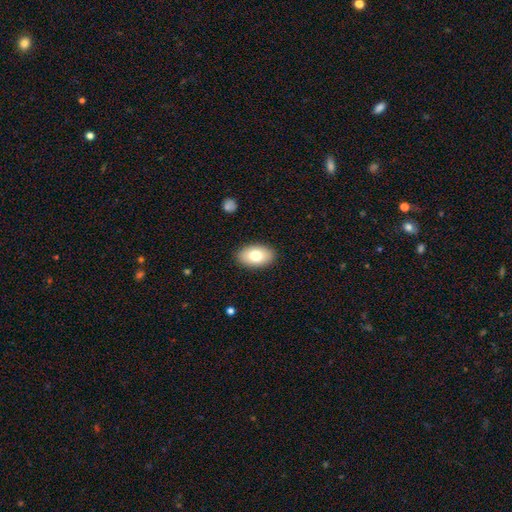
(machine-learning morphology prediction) smooth-or-featured: smooth: 77% | featured or disk: 16% | star or artifact: 7%
  how-rounded: in between: 92% | round: 7% | cigar-shaped: 1%
  merging: none: 89% | minor disturbance: 8% | major disturbance: 2% | merger: 1%